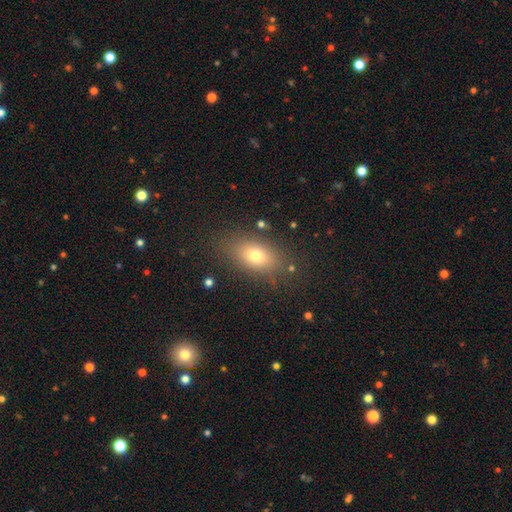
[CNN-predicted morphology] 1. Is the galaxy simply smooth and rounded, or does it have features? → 73% smooth, 15% featured or disk, 12% star or artifact.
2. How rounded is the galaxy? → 81% in between, 13% round, 6% cigar-shaped.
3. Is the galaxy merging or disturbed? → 82% none, 11% minor disturbance, 5% major disturbance, 2% merger.